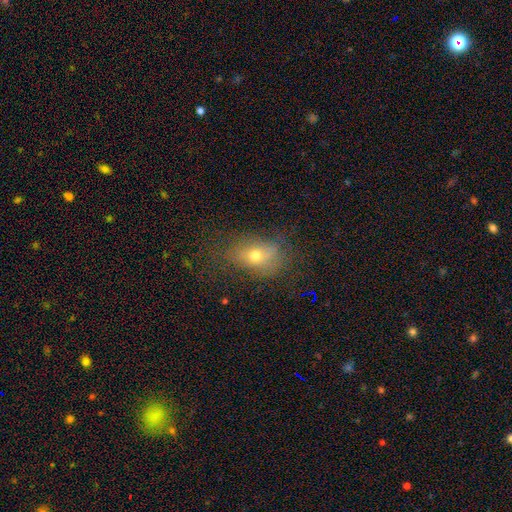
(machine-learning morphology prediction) The model was most divided on "smooth or featured": smooth: 58%, featured or disk: 25%, star or artifact: 17%. More confident: how rounded — in between (74%); merging — none (61%).